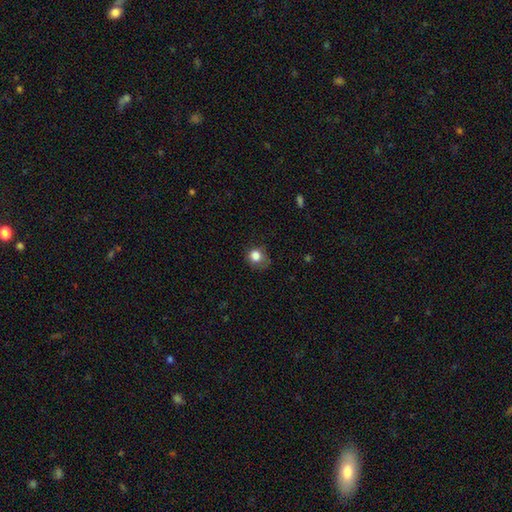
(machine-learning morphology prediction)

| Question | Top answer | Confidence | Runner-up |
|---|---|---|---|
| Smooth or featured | smooth | 82% | star or artifact (11%) |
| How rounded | round | 75% | in between (24%) |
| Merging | none | 59% | minor disturbance (28%) |